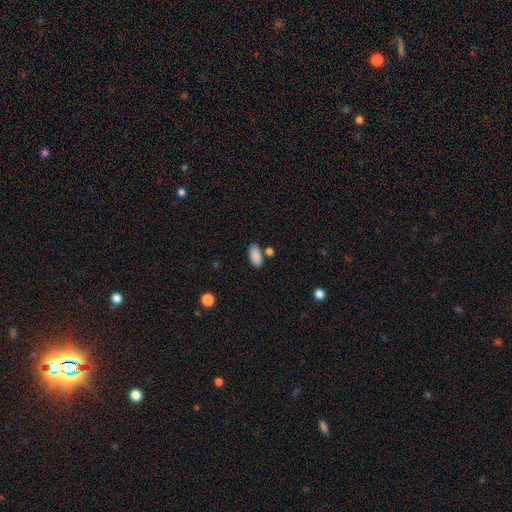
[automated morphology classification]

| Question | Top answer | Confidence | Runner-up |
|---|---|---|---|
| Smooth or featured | smooth | 88% | star or artifact (7%) |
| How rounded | in between | 93% | cigar-shaped (5%) |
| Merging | none | 75% | minor disturbance (12%) |